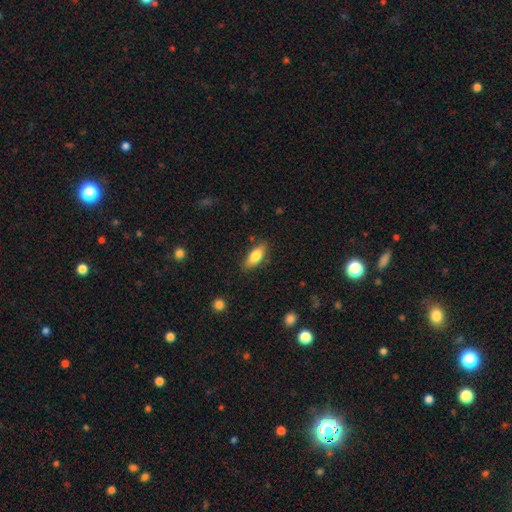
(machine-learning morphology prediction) Smooth or featured?
  - smooth: 76% *
  - featured or disk: 17%
  - star or artifact: 7%
How rounded?
  - in between: 77% *
  - cigar-shaped: 21%
  - round: 3%
Merging?
  - none: 82% *
  - minor disturbance: 13%
  - major disturbance: 3%
  - merger: 2%